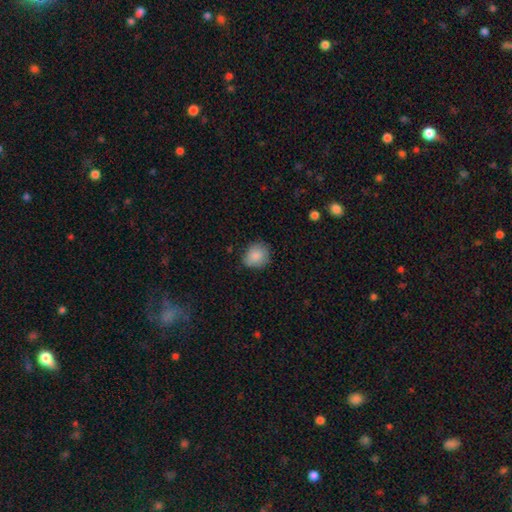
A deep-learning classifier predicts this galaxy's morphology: smooth_or_featured: smooth (p=0.85) [alt: star or artifact p=0.08]
how_rounded: round (p=0.70) [alt: in between p=0.29]
merging: none (p=0.71) [alt: minor disturbance p=0.23]